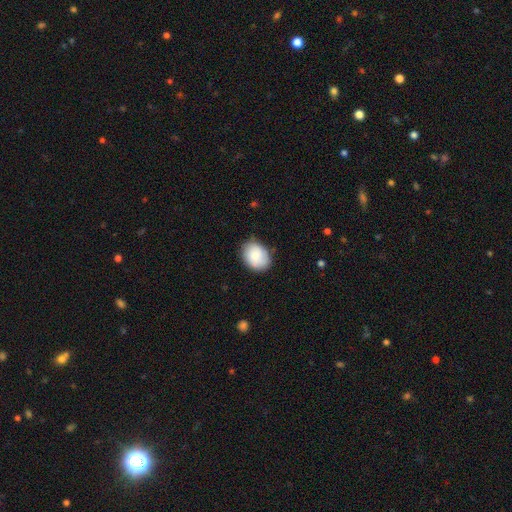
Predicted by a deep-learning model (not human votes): smooth 84%, featured or disk 9%, star or artifact 6%. Down the decision tree: how rounded — in between (62%); merging — none (77%).